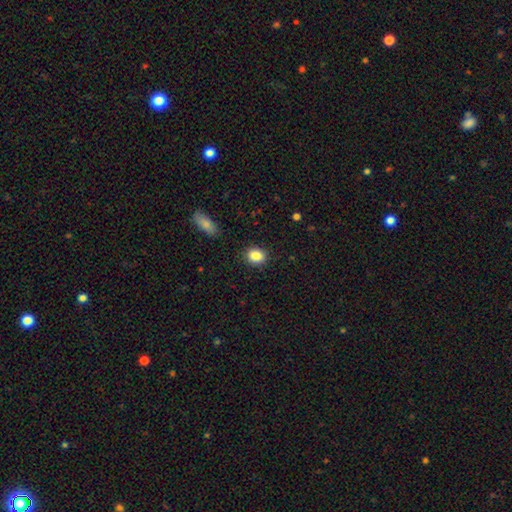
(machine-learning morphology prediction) A smooth galaxy with no disk features (86%) that is round (60%). Merging: none (89%).